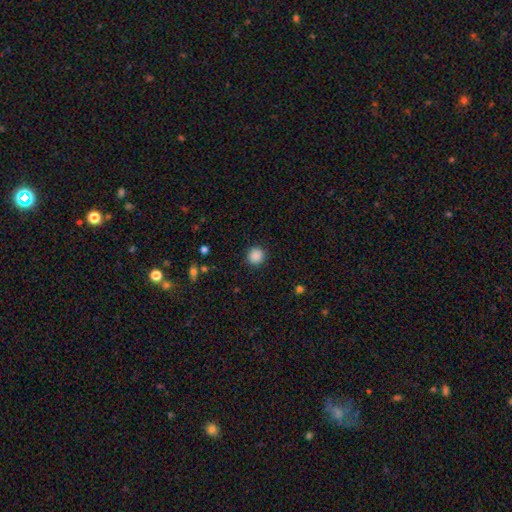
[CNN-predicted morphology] Smooth or featured? smooth (88%)
How rounded? round (93%)
Merging? none (90%)